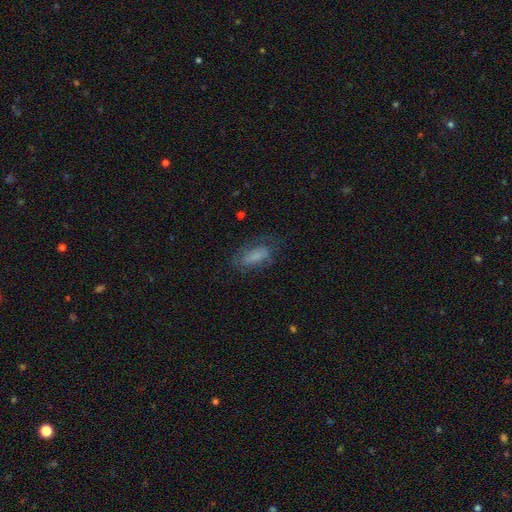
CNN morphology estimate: Smooth or featured?
  - smooth: 56% *
  - featured or disk: 33%
  - star or artifact: 11%
How rounded?
  - in between: 81% *
  - cigar-shaped: 14%
  - round: 4%
Merging?
  - none: 61% *
  - minor disturbance: 22%
  - major disturbance: 16%
  - merger: 2%